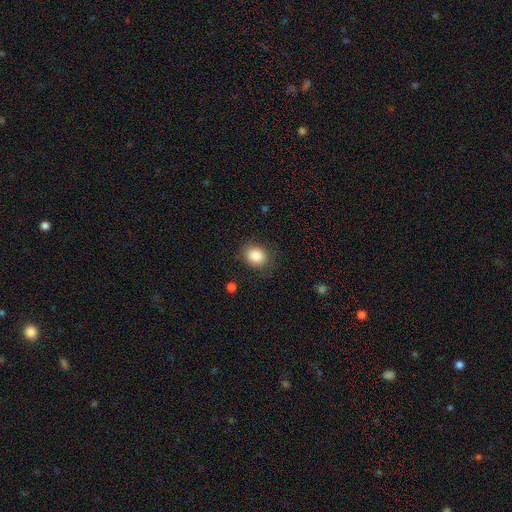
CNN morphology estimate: smooth_or_featured: smooth (p=0.86) [alt: star or artifact p=0.09]
how_rounded: round (p=0.59) [alt: in between p=0.40]
merging: none (p=0.82) [alt: minor disturbance p=0.13]